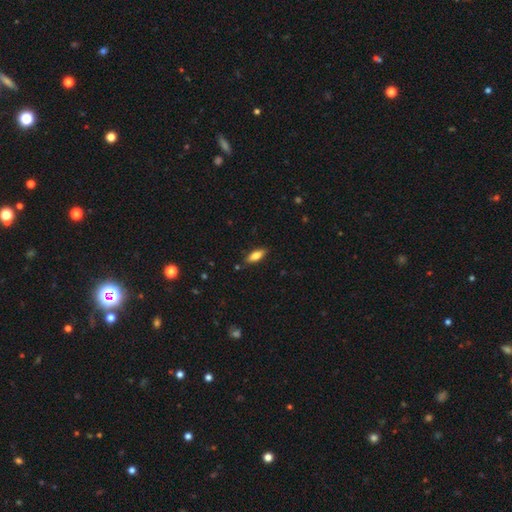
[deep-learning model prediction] smooth_or_featured: smooth (p=0.77) [alt: featured or disk p=0.16]
how_rounded: in between (p=0.70) [alt: cigar-shaped p=0.28]
merging: none (p=0.83) [alt: minor disturbance p=0.13]